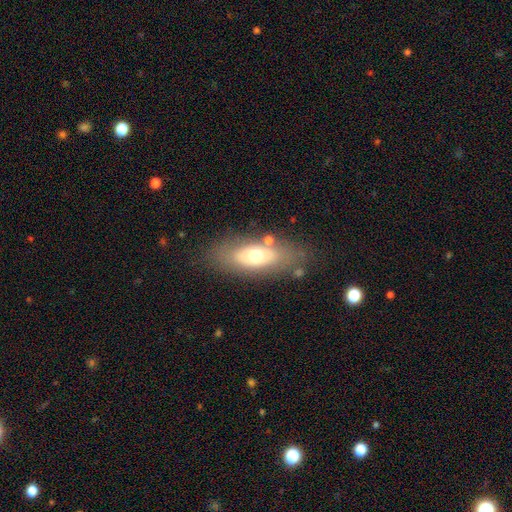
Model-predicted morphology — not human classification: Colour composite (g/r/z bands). It shows a smooth galaxy with no disk features (53%) that is in between round and cigar-shaped (78%). Merging: none (75%).